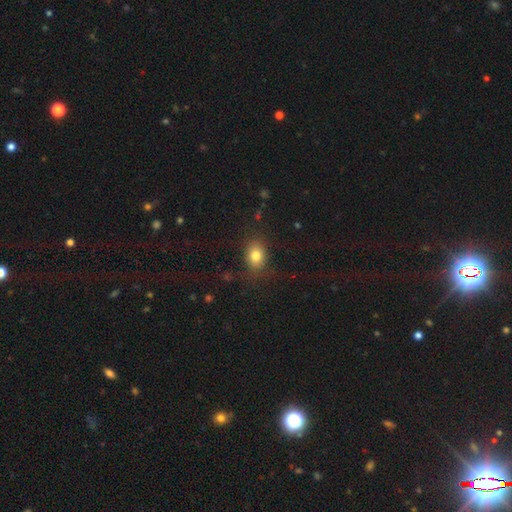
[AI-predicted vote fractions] smooth-or-featured: smooth: 80% | star or artifact: 11% | featured or disk: 9%
  how-rounded: in between: 62% | round: 37% | cigar-shaped: 1%
  merging: none: 80% | minor disturbance: 14% | major disturbance: 5% | merger: 1%